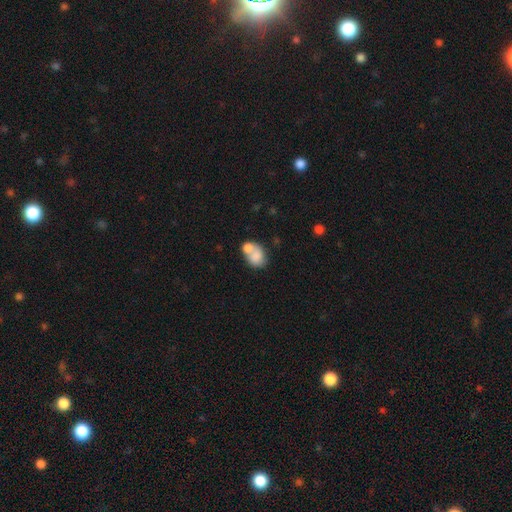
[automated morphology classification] This appears to be a smooth galaxy with no disk features (76%) that is in between round and cigar-shaped (60%). Merging: merger (61%).